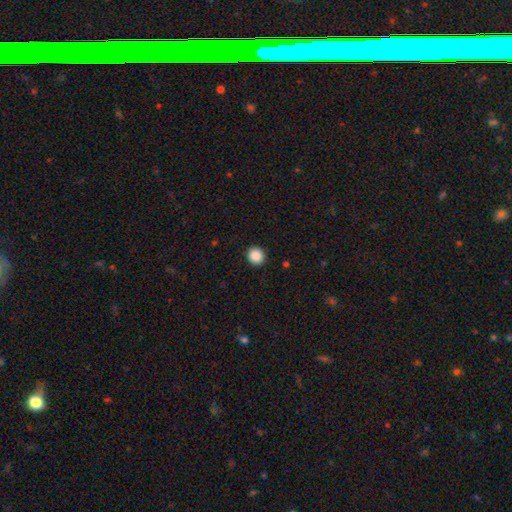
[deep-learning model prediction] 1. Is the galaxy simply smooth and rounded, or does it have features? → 88% smooth, 9% star or artifact, 3% featured or disk.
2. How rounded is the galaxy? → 92% round, 7% in between, 1% cigar-shaped.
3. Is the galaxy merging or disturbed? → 92% none, 5% minor disturbance, 2% major disturbance, 1% merger.